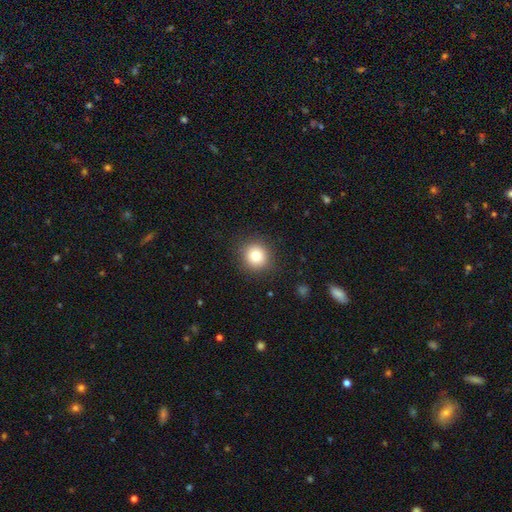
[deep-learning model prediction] Smooth or featured? smooth (82%)
How rounded? round (89%)
Merging? none (89%)